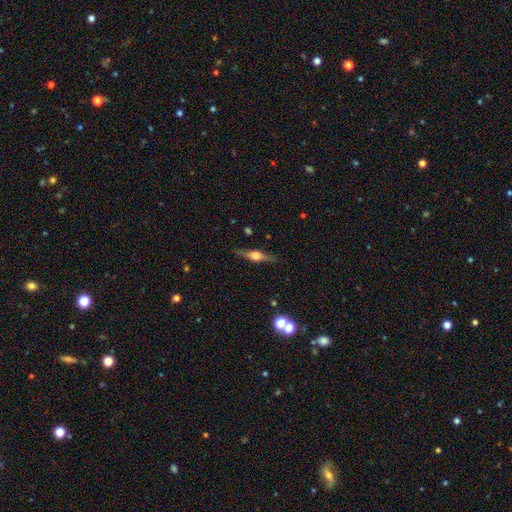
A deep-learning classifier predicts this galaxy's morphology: Smooth or featured: featured or disk — 74% (smooth — 19%)
Edge-on disk: yes — 96% (no — 4%)
Edge-on bulge: rounded — 86% (boxy — 12%)
Merging: none — 86% (minor disturbance — 9%)